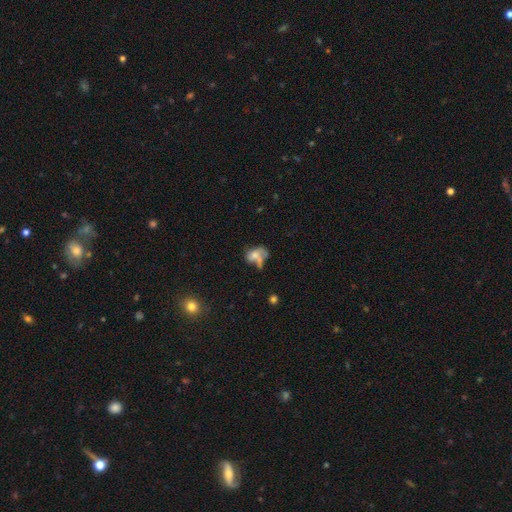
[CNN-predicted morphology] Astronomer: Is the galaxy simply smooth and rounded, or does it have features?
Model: smooth — 49% (runner-up: featured or disk, 36%).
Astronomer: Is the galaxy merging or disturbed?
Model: major disturbance — 30% (runner-up: merger, 26%).